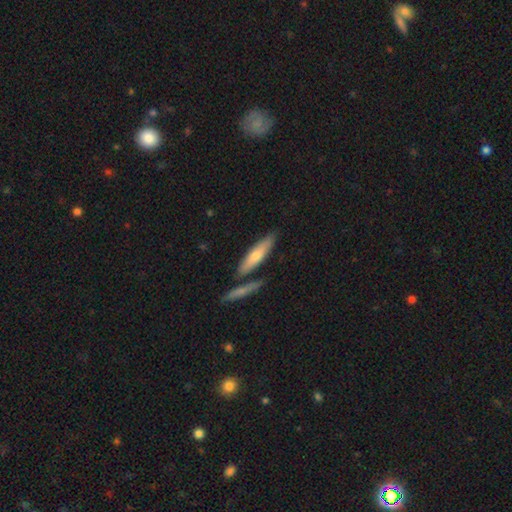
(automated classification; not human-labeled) Q: Smooth or featured?
A: smooth (64%); runner-up: featured or disk (31%)
Q: How rounded?
A: cigar-shaped (72%); runner-up: in between (26%)
Q: Merging?
A: none (71%); runner-up: merger (15%)